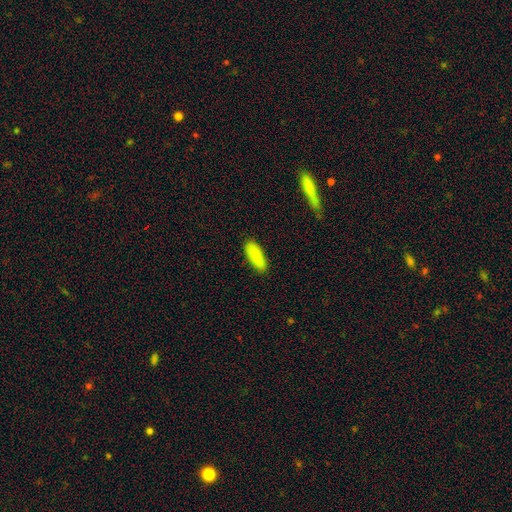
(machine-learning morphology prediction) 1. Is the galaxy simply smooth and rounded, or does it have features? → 88% smooth, 6% star or artifact, 5% featured or disk.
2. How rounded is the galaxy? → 64% in between, 34% cigar-shaped, 2% round.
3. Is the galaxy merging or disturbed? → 86% none, 10% minor disturbance, 2% major disturbance, 1% merger.